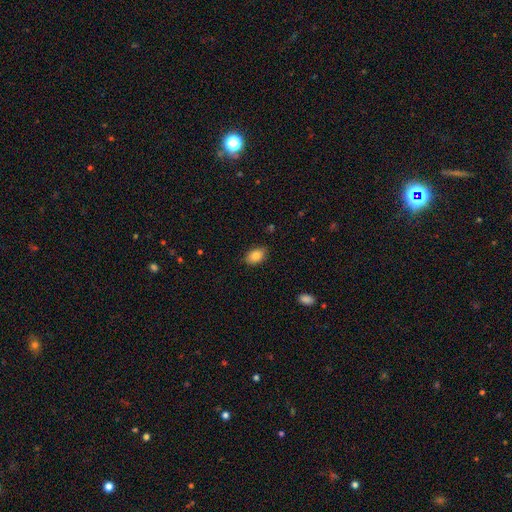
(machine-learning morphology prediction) The model was most divided on "merging": none: 83%, minor disturbance: 13%, major disturbance: 2%, merger: 1%. More confident: how rounded — in between (87%); smooth or featured — smooth (85%).